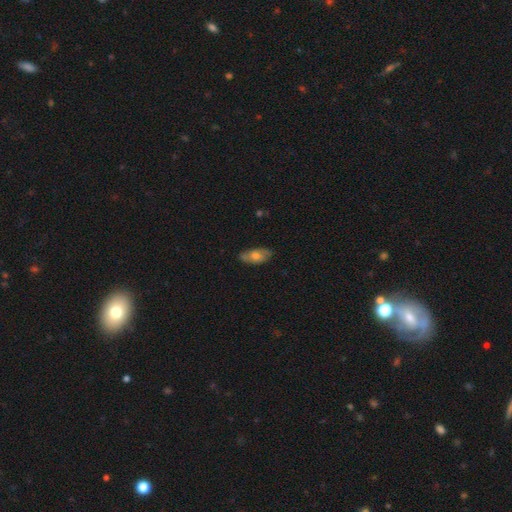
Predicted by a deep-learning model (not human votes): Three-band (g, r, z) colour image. It shows a smooth galaxy with no disk features (56%) that is in between round and cigar-shaped (87%). Merging: none (79%).